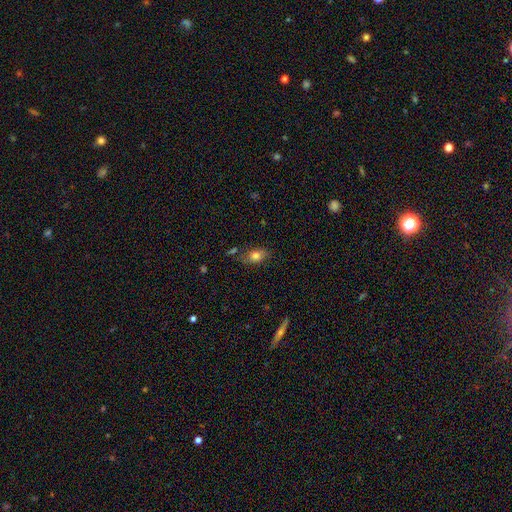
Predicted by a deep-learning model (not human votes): Smooth or featured?
  - smooth: 77% *
  - featured or disk: 13%
  - star or artifact: 10%
How rounded?
  - in between: 83% *
  - round: 14%
  - cigar-shaped: 3%
Merging?
  - none: 72% *
  - minor disturbance: 18%
  - merger: 6%
  - major disturbance: 5%